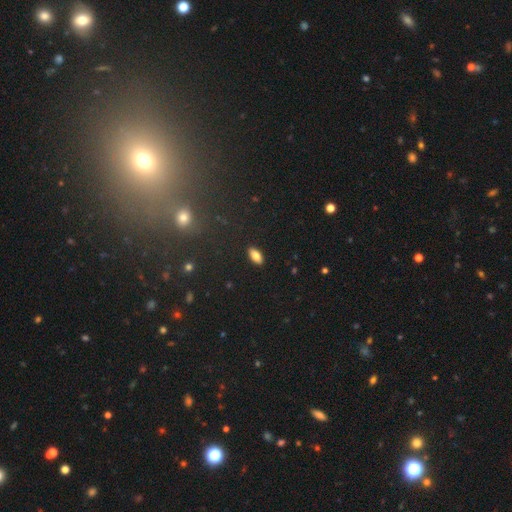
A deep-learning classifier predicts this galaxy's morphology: A smooth galaxy with no disk features (81%) that is in between round and cigar-shaped (90%).

Vote fractions:
- Smooth or featured? smooth: 81% / featured or disk: 10% / star or artifact: 9%
- How rounded? in between: 90% / cigar-shaped: 7% / round: 3%
- Merging? none: 90% / minor disturbance: 7% / major disturbance: 2% / merger: 1%